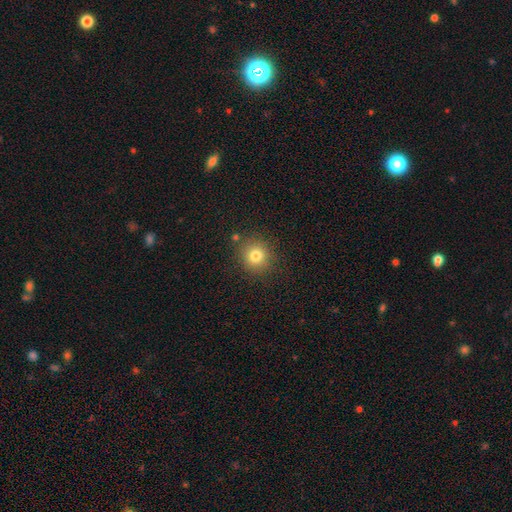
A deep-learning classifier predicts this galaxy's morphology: A smooth galaxy with no disk features (80%) that is round (91%). Merging: none (86%).